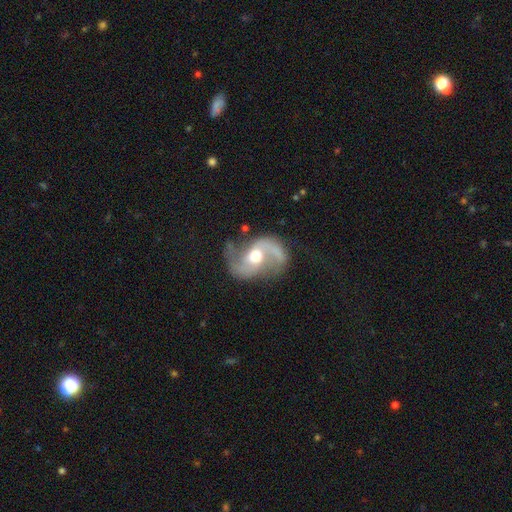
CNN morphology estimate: Smooth or featured? Predicted: featured or disk (p=0.90). Edge-on disk? Predicted: no (p=0.98). Bar? Predicted: no (p=0.47). Spiral arms? Predicted: yes (p=0.97). Spiral winding? Predicted: medium (p=0.47). Spiral arm count? Predicted: 2 (p=0.93). Bulge size? Predicted: moderate (p=0.69). Merging? Predicted: none (p=0.71).